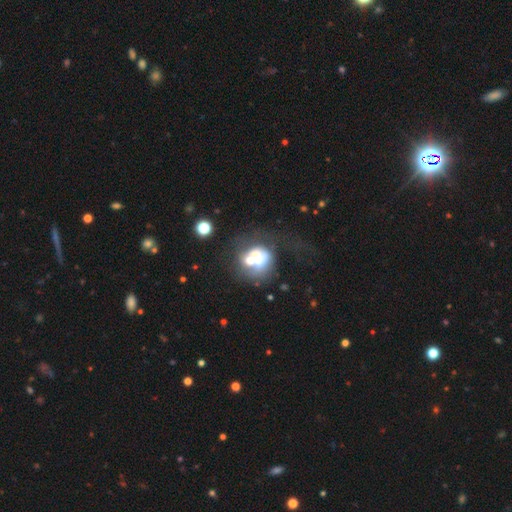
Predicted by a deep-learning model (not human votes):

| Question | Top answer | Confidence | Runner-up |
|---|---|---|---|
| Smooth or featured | featured or disk | 43% | smooth (42%) |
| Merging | merger | 39% | none (24%) |